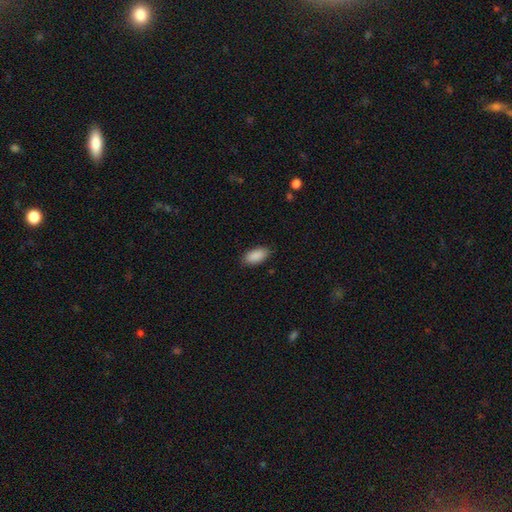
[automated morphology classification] A smooth galaxy with no disk features (90%) that is in between round and cigar-shaped (92%). Merging: none (86%).